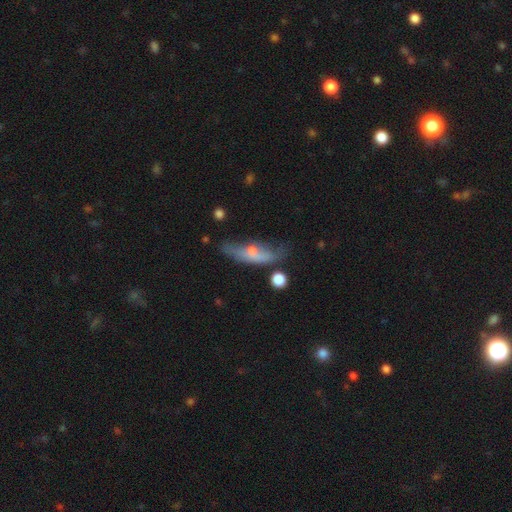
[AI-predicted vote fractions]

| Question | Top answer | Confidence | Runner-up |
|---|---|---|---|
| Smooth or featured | featured or disk | 48% | smooth (42%) |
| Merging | none | 46% | minor disturbance (31%) |